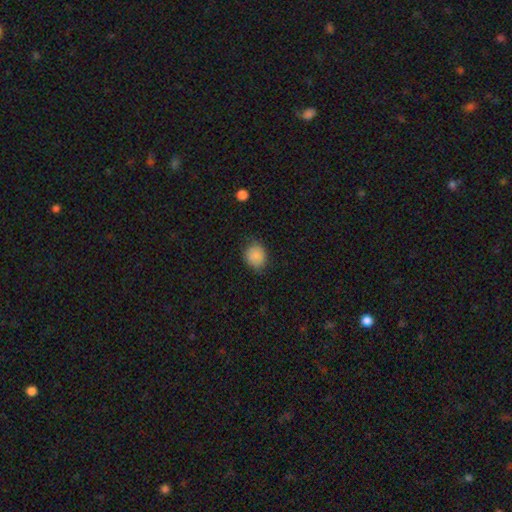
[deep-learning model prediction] Morphology: type=smooth (86%); roundness=round (66%); merging=none (76%).